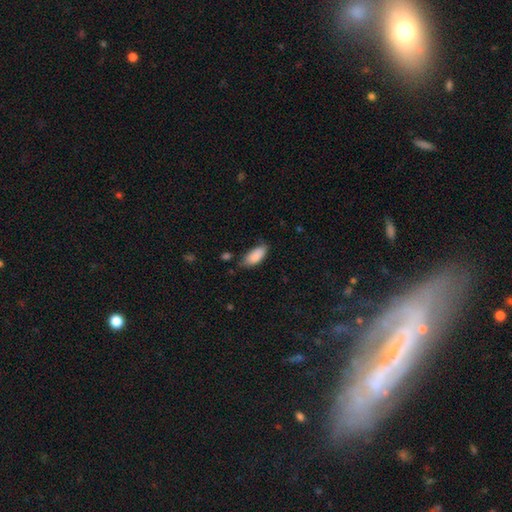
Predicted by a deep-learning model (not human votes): The model was most divided on "merging": none: 63%, minor disturbance: 28%, major disturbance: 5%, merger: 3%. More confident: smooth or featured — smooth (88%); how rounded — in between (87%).